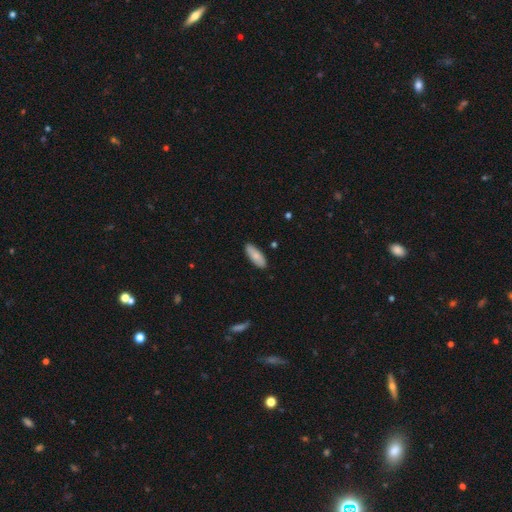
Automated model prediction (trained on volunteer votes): Overall: smooth (82%). How rounded: in between (68%; cigar-shaped 30%). Merging: none (88%).